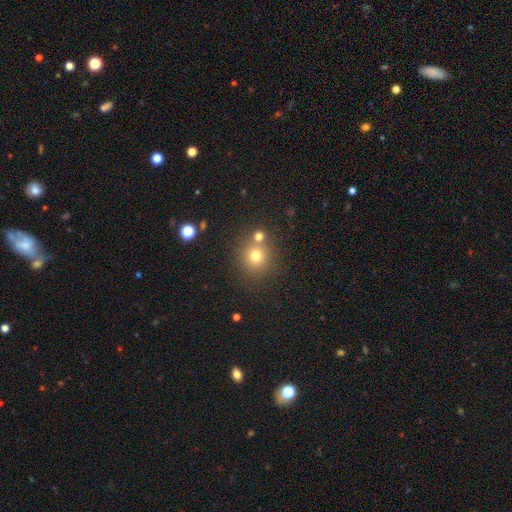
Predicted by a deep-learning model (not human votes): smooth 73%, star or artifact 17%, featured or disk 10%. Down the decision tree: how rounded — round (89%); merging — none (69%).